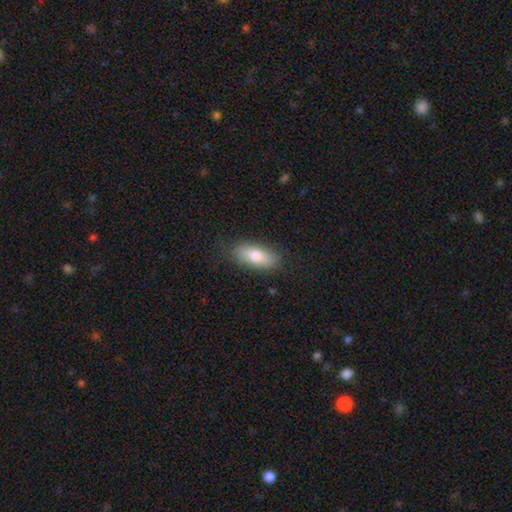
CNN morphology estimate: smooth_or_featured: smooth (p=0.79) [alt: featured or disk p=0.15]
how_rounded: in between (p=0.81) [alt: cigar-shaped p=0.16]
merging: none (p=0.83) [alt: minor disturbance p=0.13]